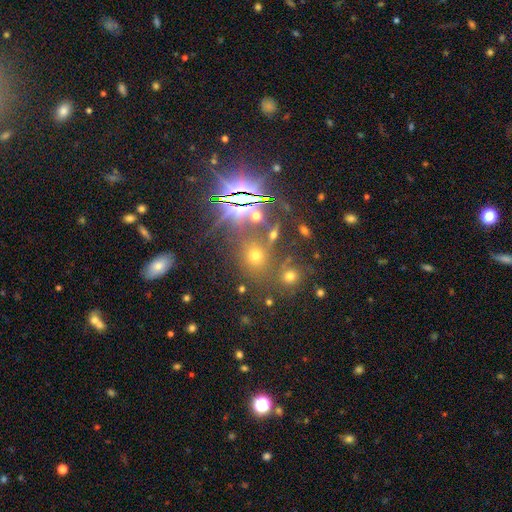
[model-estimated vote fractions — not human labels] smooth_or_featured: star or artifact (p=0.50) [alt: smooth p=0.37]